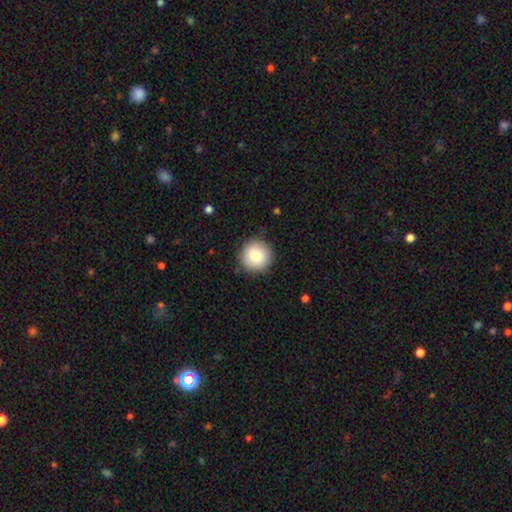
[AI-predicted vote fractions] Q: Smooth or featured?
A: smooth (83%); runner-up: featured or disk (8%)
Q: How rounded?
A: round (95%); runner-up: in between (4%)
Q: Merging?
A: none (88%); runner-up: minor disturbance (9%)